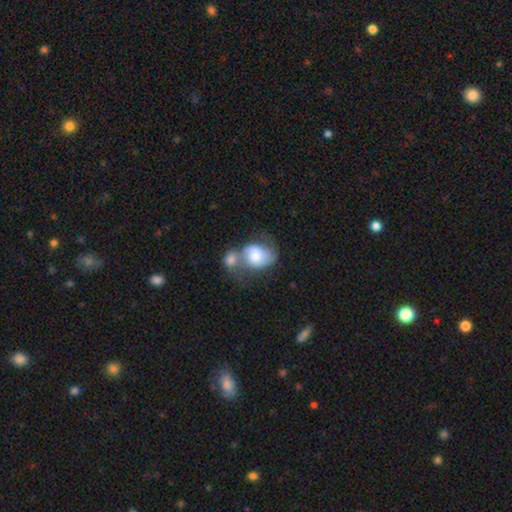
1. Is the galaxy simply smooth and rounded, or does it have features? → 62% smooth, 33% featured or disk, 5% star or artifact.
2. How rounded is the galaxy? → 75% in between, 25% round, 0% cigar-shaped.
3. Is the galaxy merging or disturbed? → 70% merger, 22% major disturbance, 5% minor disturbance, 3% none.